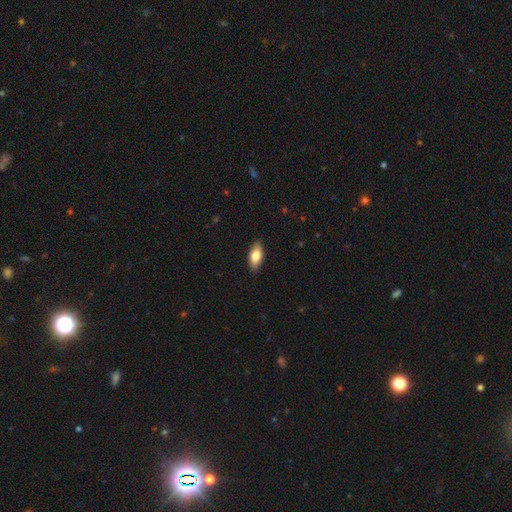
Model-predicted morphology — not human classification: smooth 78%, featured or disk 16%, star or artifact 6%. Down the decision tree: how rounded — in between (86%); merging — none (88%).